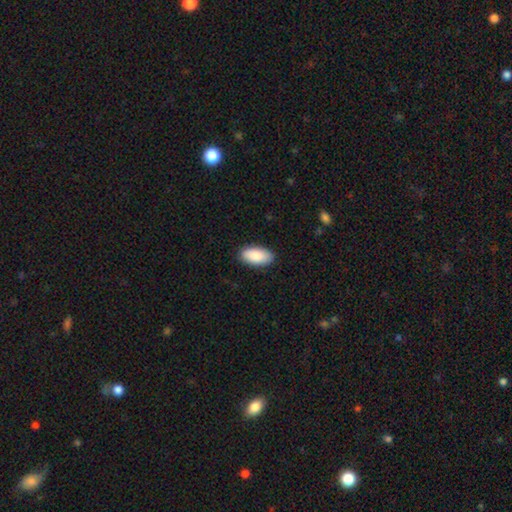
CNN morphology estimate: A smooth galaxy with no disk features (89%) that is in between round and cigar-shaped (94%).

Vote fractions:
- Smooth or featured? smooth: 89% / star or artifact: 6% / featured or disk: 5%
- How rounded? in between: 94% / cigar-shaped: 4% / round: 2%
- Merging? none: 88% / minor disturbance: 9% / major disturbance: 2% / merger: 1%